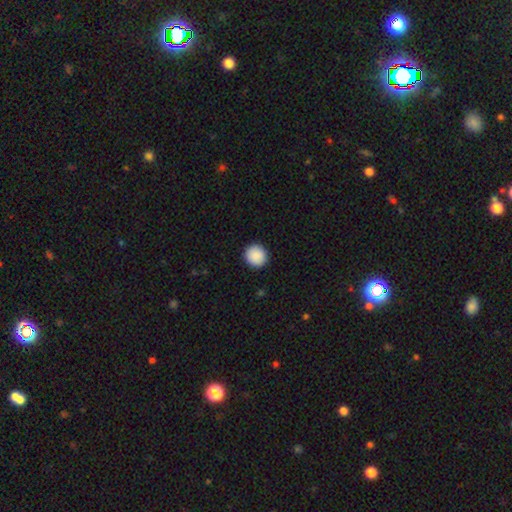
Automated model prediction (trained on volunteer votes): Smooth or featured? smooth (90%)
How rounded? round (94%)
Merging? none (93%)